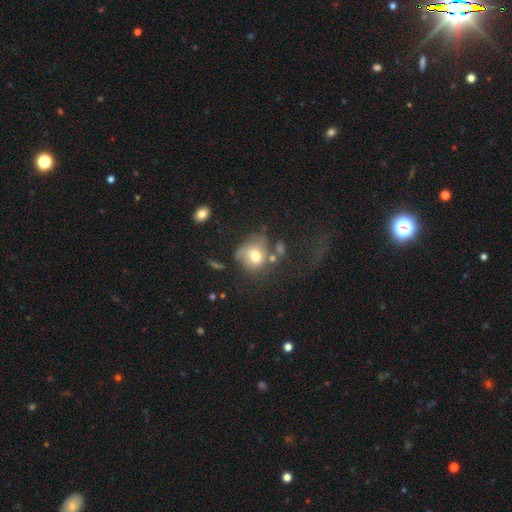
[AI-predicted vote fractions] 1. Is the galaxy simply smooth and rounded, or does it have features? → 65% smooth, 23% featured or disk, 11% star or artifact.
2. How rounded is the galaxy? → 69% round, 30% in between, 1% cigar-shaped.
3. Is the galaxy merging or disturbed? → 39% none, 24% major disturbance, 23% minor disturbance, 14% merger.